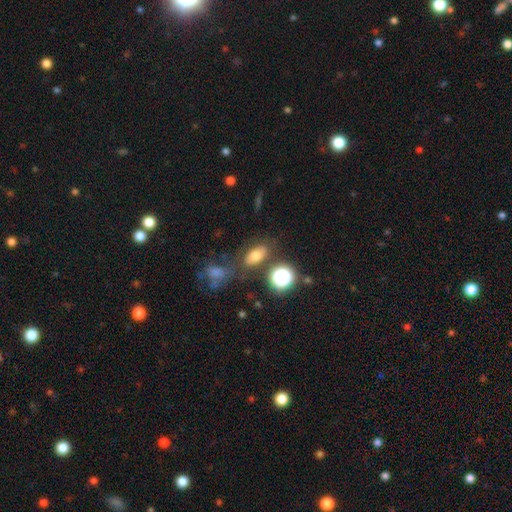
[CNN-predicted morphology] This is likely a smooth galaxy (66%). How rounded: likely in between (76%). Merging: likely none (71%).